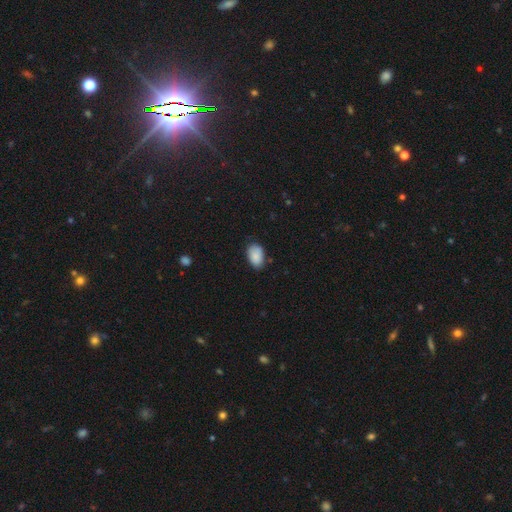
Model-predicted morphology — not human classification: A smooth galaxy with no disk features (88%) that is in between round and cigar-shaped (91%).

Vote fractions:
- Smooth or featured? smooth: 88% / star or artifact: 7% / featured or disk: 5%
- How rounded? in between: 91% / round: 8% / cigar-shaped: 1%
- Merging? none: 76% / minor disturbance: 19% / major disturbance: 3% / merger: 2%